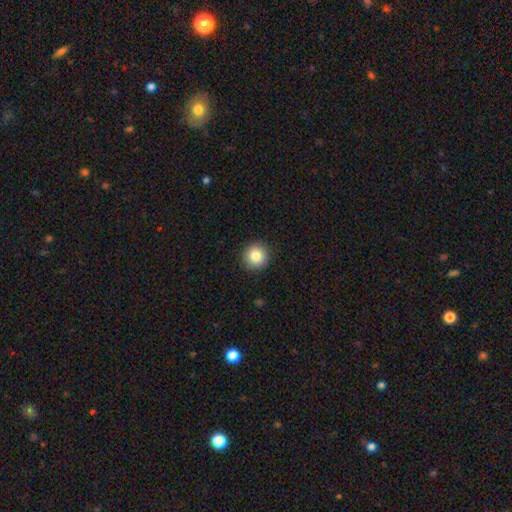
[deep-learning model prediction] A smooth galaxy with no disk features (84%) that is round (94%). Merging: none (91%).